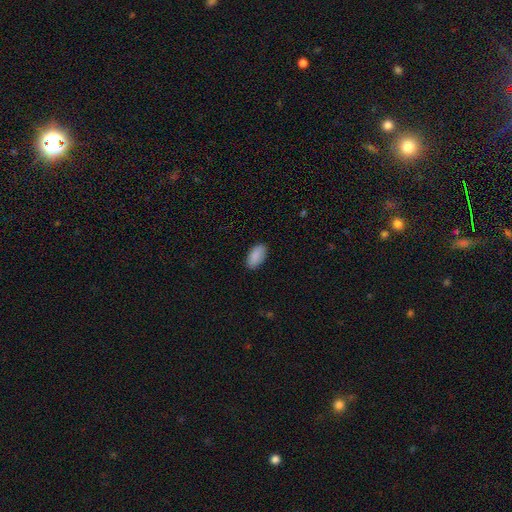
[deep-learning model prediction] Overall: smooth (89%). How rounded: in between (93%). Merging: none (87%).